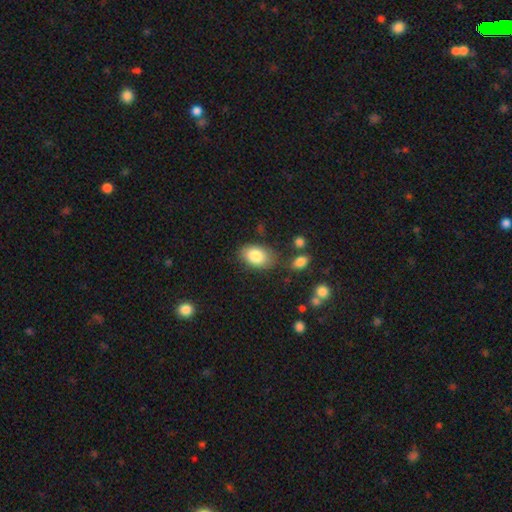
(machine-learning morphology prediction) smooth 84%, featured or disk 9%, star or artifact 7%. Down the decision tree: how rounded — in between (88%); merging — none (75%).